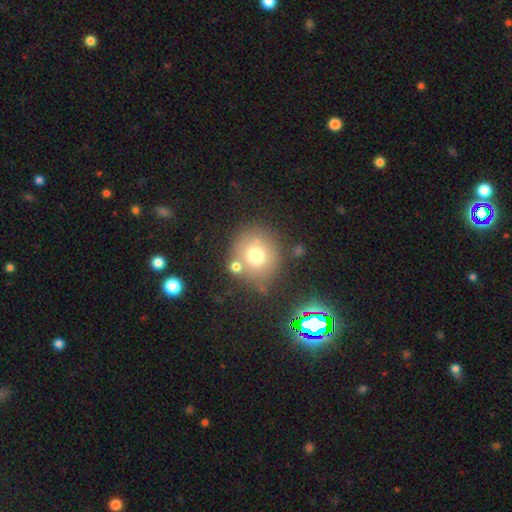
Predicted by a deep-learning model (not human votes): Q: Smooth or featured?
A: smooth (70%); runner-up: featured or disk (16%)
Q: How rounded?
A: round (85%); runner-up: in between (14%)
Q: Merging?
A: none (67%); runner-up: merger (14%)